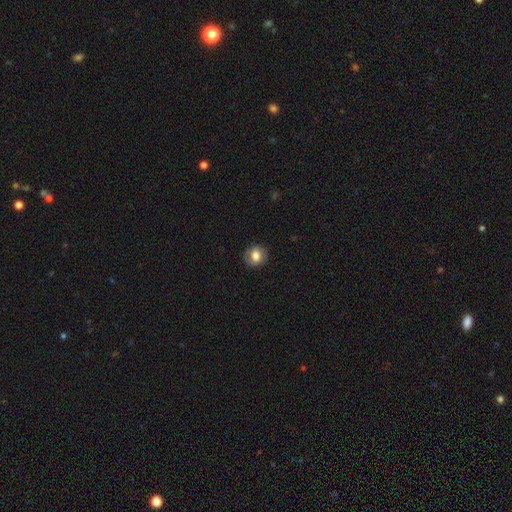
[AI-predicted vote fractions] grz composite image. It shows a smooth galaxy with no disk features (70%) that is round (74%). Merging: none (85%).